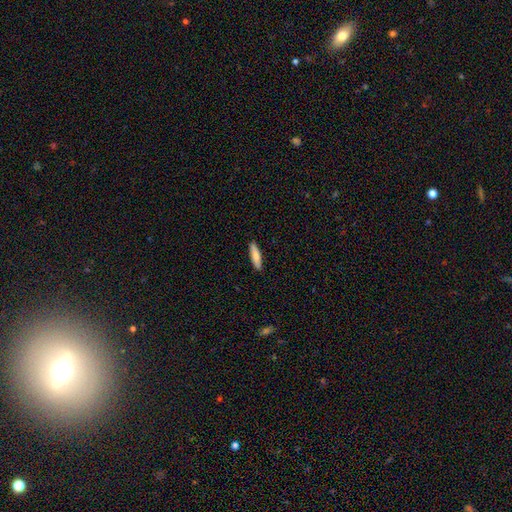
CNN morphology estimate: Smooth or featured?
  - smooth: 78% *
  - featured or disk: 16%
  - star or artifact: 6%
How rounded?
  - cigar-shaped: 69% *
  - in between: 30%
  - round: 2%
Merging?
  - none: 89% *
  - minor disturbance: 8%
  - major disturbance: 2%
  - merger: 1%